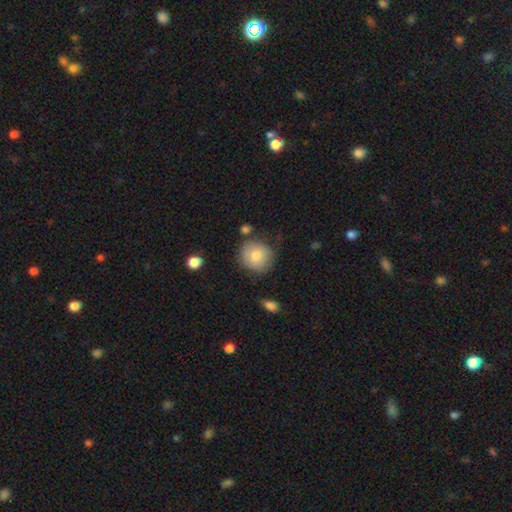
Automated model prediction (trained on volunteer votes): Smooth or featured: smooth — 79% (featured or disk — 13%)
How rounded: round — 89% (in between — 10%)
Merging: none — 77% (minor disturbance — 15%)